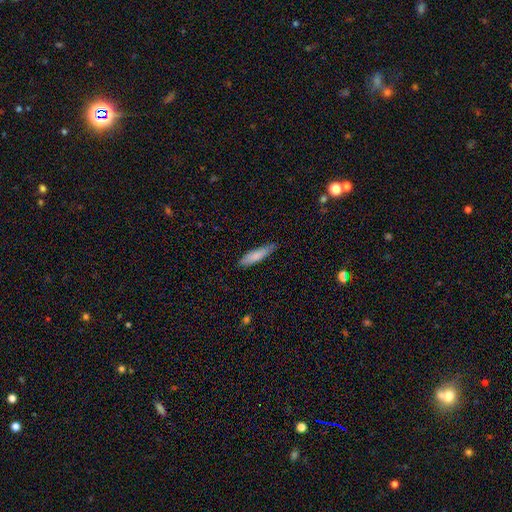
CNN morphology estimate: smooth-or-featured: smooth: 81% | featured or disk: 14% | star or artifact: 5%
  how-rounded: cigar-shaped: 74% | in between: 24% | round: 1%
  merging: none: 81% | minor disturbance: 15% | major disturbance: 2% | merger: 1%